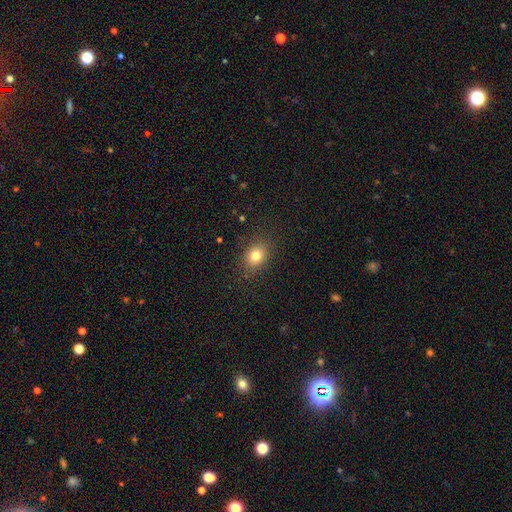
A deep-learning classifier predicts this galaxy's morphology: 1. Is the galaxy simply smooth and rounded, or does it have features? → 79% smooth, 13% star or artifact, 8% featured or disk.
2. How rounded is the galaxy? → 52% round, 47% in between, 1% cigar-shaped.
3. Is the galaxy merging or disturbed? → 86% none, 10% minor disturbance, 3% major disturbance, 1% merger.